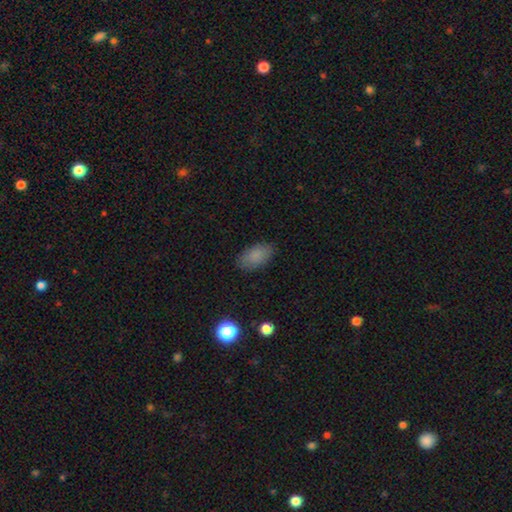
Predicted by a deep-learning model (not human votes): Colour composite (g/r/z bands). It shows a smooth galaxy with no disk features (85%) that is in between round and cigar-shaped (93%). Merging: none (85%).